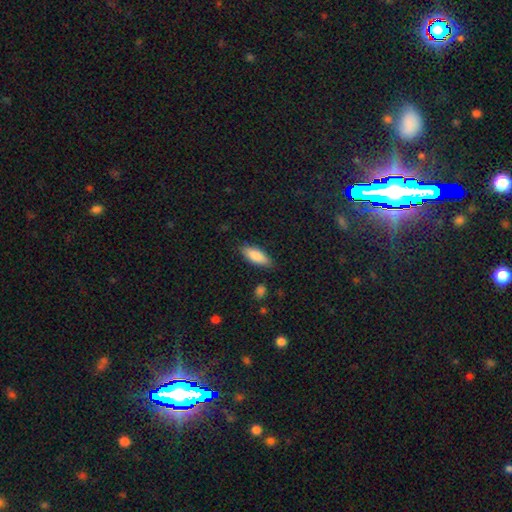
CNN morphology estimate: Smooth or featured?
  - smooth: 82% *
  - featured or disk: 12%
  - star or artifact: 6%
How rounded?
  - in between: 70% *
  - cigar-shaped: 28%
  - round: 2%
Merging?
  - none: 83% *
  - minor disturbance: 13%
  - major disturbance: 3%
  - merger: 2%